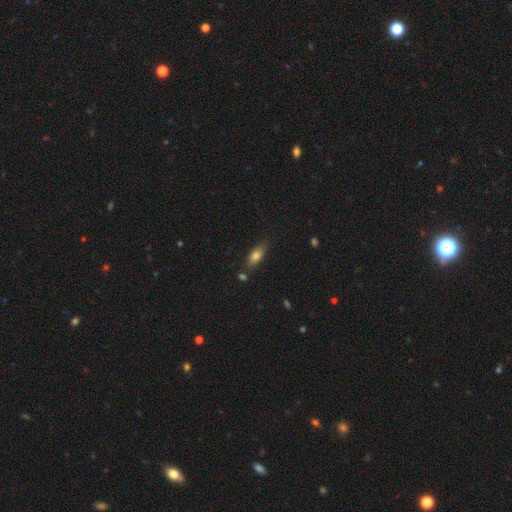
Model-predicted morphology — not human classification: A smooth galaxy with no disk features (77%) that is in between round and cigar-shaped (74%).

Vote fractions:
- Smooth or featured? smooth: 77% / featured or disk: 15% / star or artifact: 8%
- How rounded? in between: 74% / cigar-shaped: 22% / round: 3%
- Merging? none: 74% / minor disturbance: 16% / merger: 7% / major disturbance: 4%